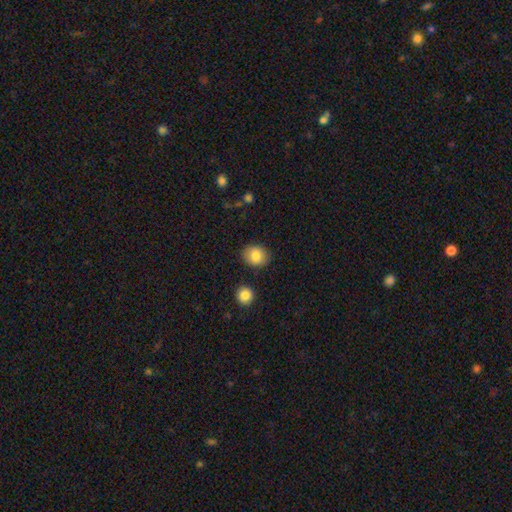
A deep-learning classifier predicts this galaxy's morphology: Smooth or featured?
  - smooth: 84% *
  - star or artifact: 8%
  - featured or disk: 8%
How rounded?
  - round: 60% *
  - in between: 39%
  - cigar-shaped: 1%
Merging?
  - none: 86% *
  - minor disturbance: 9%
  - merger: 2%
  - major disturbance: 2%